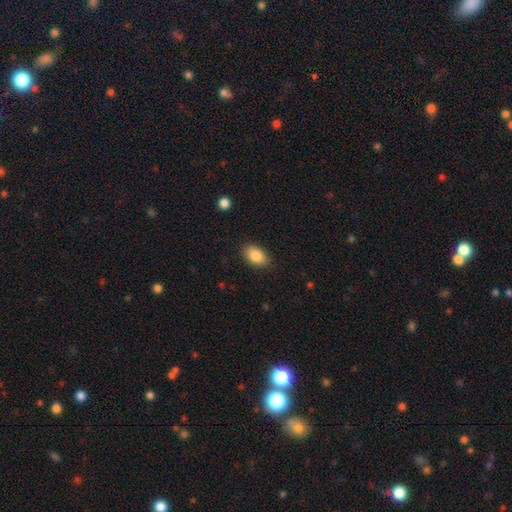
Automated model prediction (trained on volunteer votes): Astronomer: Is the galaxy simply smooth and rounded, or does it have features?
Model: smooth — 86%.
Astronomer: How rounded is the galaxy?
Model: in between — 90%.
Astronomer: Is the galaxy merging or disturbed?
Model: none — 86%.